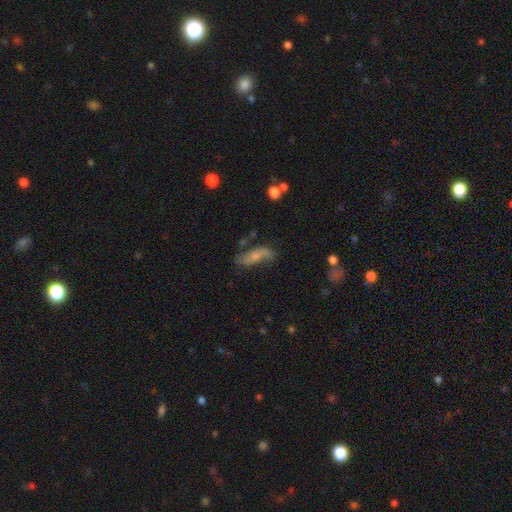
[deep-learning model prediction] smooth_or_featured: featured or disk (p=0.48) [alt: smooth p=0.43]
merging: none (p=0.53) [alt: minor disturbance p=0.27]